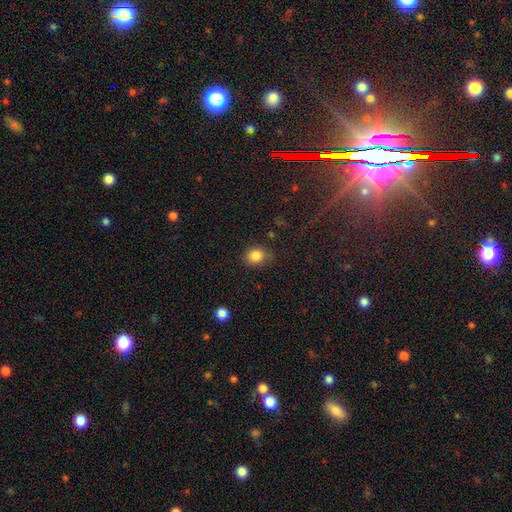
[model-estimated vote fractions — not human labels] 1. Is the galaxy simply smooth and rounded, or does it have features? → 84% smooth, 10% star or artifact, 5% featured or disk.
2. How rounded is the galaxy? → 69% round, 30% in between, 1% cigar-shaped.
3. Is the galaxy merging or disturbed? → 79% none, 15% minor disturbance, 4% major disturbance, 2% merger.